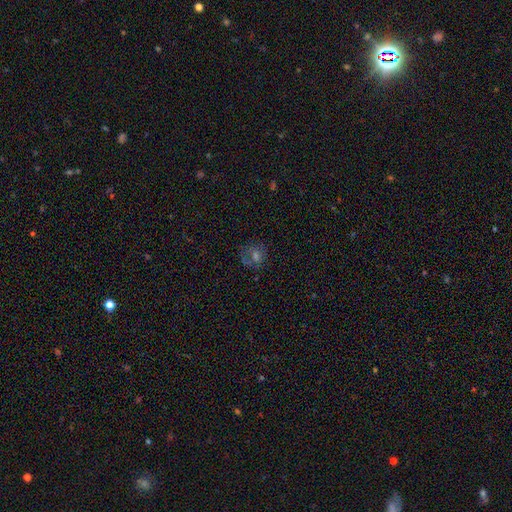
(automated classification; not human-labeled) Smooth or featured? smooth (44%)
Merging? none (69%)